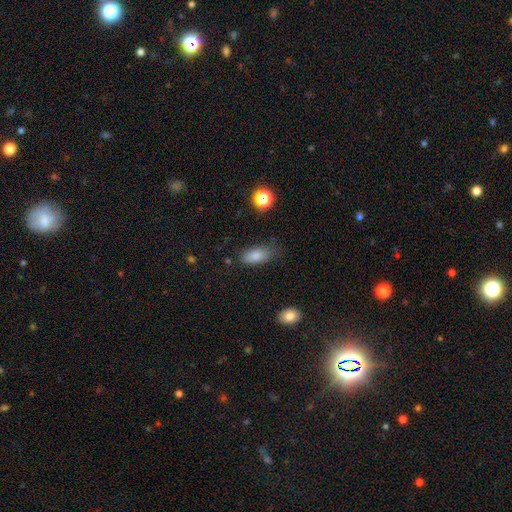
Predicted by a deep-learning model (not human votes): Overall: smooth (83%). How rounded: in between (85%). Merging: none (69%).